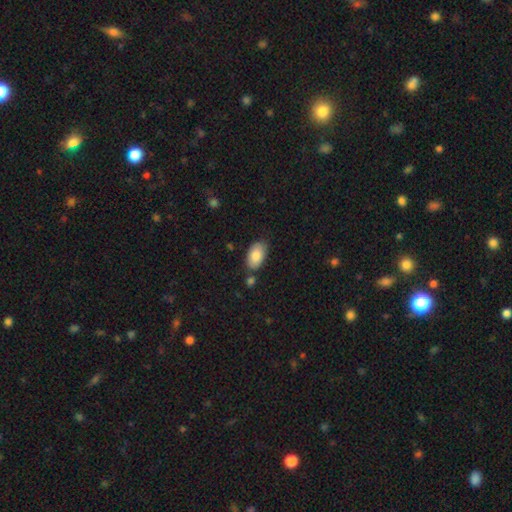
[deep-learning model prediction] smooth-or-featured: smooth: 84% | featured or disk: 10% | star or artifact: 6%
  how-rounded: in between: 94% | round: 4% | cigar-shaped: 2%
  merging: none: 73% | minor disturbance: 17% | merger: 6% | major disturbance: 3%